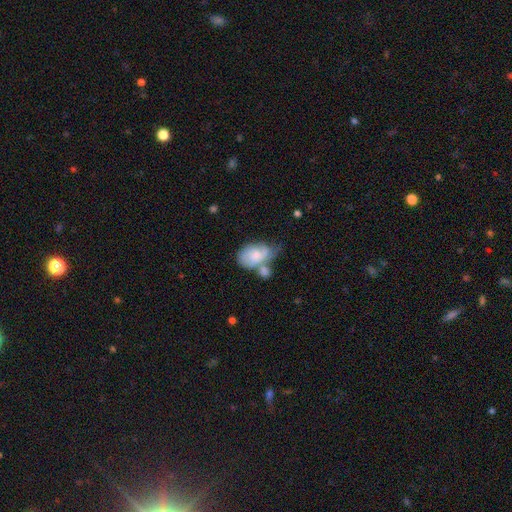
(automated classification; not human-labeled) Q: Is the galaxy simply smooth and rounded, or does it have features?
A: smooth — 54%.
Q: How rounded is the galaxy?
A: in between — 86%.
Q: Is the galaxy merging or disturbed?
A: merger — 35%.